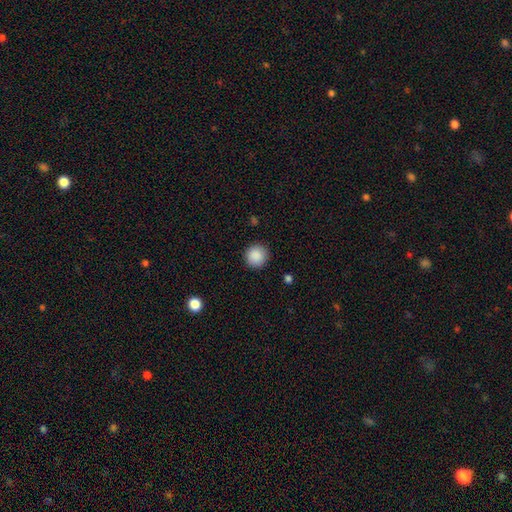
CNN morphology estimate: Smooth or featured? smooth (89%)
How rounded? round (94%)
Merging? none (91%)